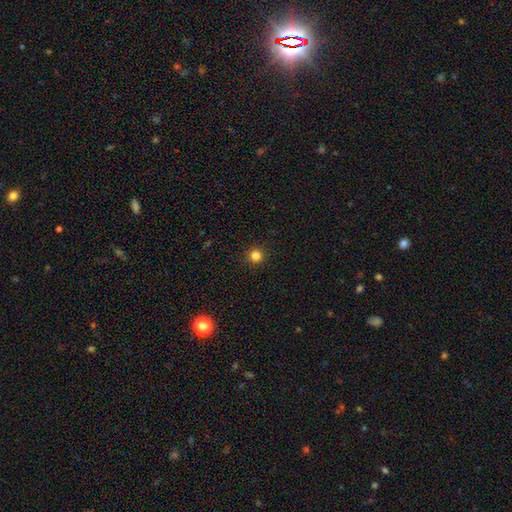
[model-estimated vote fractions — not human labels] Q: Smooth or featured?
A: smooth (83%); runner-up: star or artifact (13%)
Q: How rounded?
A: round (96%); runner-up: in between (3%)
Q: Merging?
A: none (93%); runner-up: minor disturbance (5%)